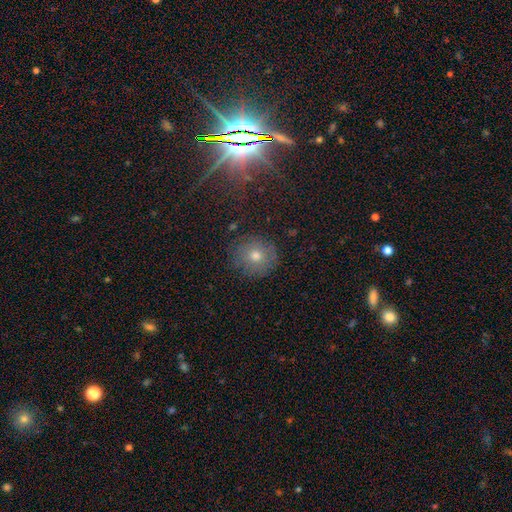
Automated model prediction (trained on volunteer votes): Smooth or featured: smooth — 59% (star or artifact — 23%)
How rounded: round — 90% (in between — 9%)
Merging: none — 85% (minor disturbance — 10%)